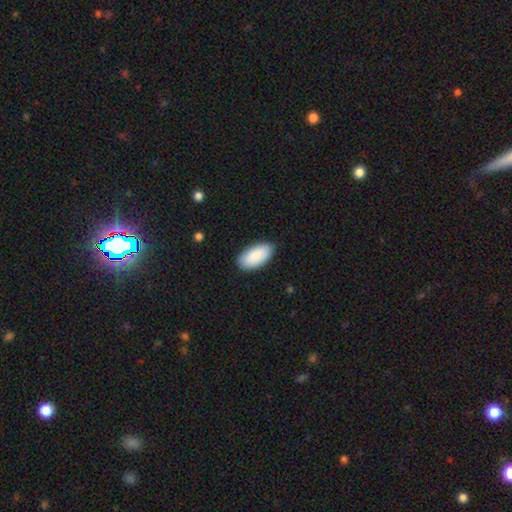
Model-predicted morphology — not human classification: Smooth or featured? smooth (90%)
How rounded? in between (95%)
Merging? none (87%)